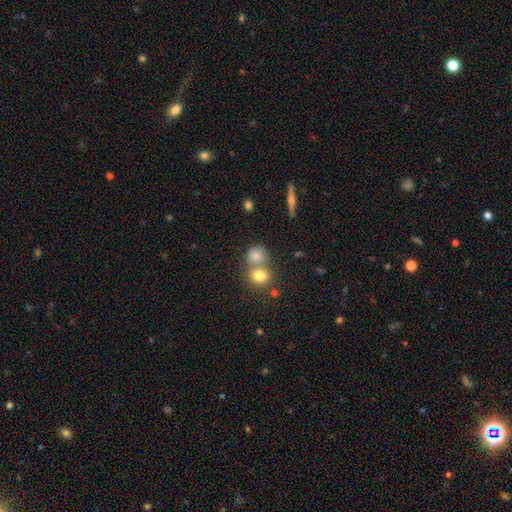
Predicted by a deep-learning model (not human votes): Morphology: type=smooth (78%); roundness=round (70%); merging=merger (47%).